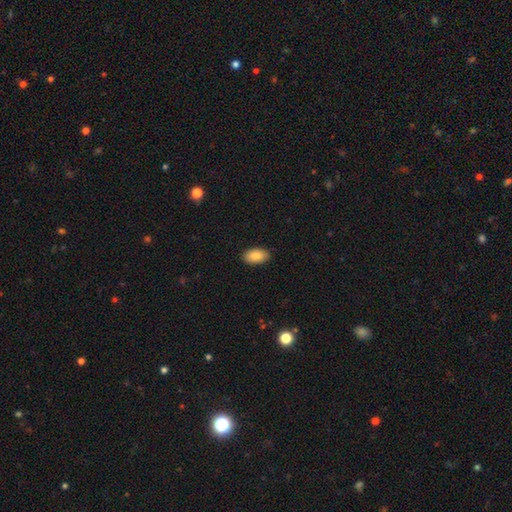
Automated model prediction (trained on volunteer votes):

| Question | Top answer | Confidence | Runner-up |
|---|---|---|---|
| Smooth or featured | smooth | 88% | star or artifact (7%) |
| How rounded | in between | 95% | round (3%) |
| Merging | none | 88% | minor disturbance (9%) |